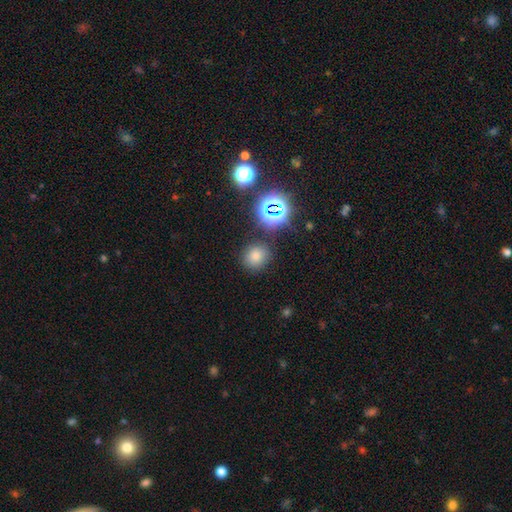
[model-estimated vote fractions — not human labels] A smooth galaxy with no disk features (67%) that is round (82%). Merging: none (85%).